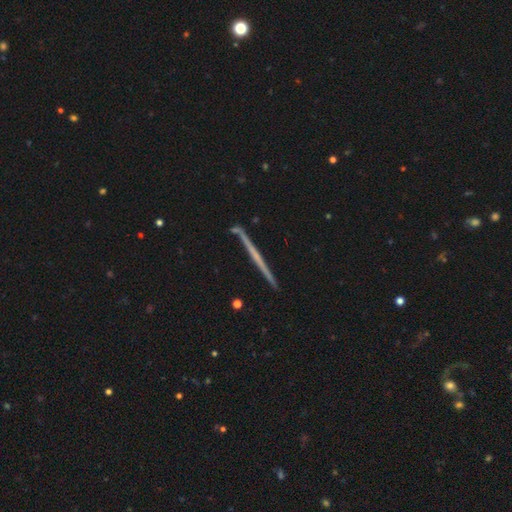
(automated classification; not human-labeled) Smooth or featured? featured or disk (67%)
Edge-on disk? yes (98%)
Edge-on bulge? none (83%)
Merging? none (89%)